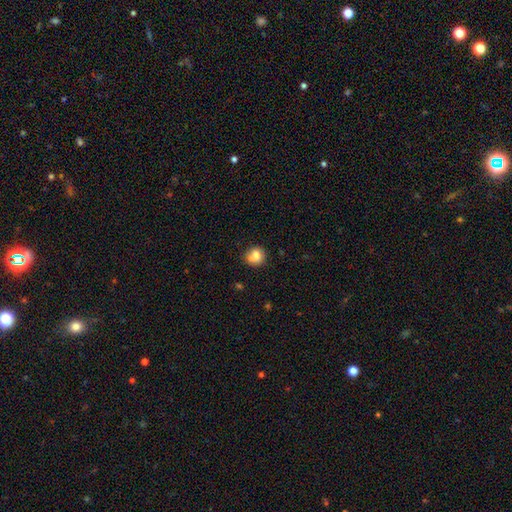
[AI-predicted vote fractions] This is likely a smooth galaxy (76%). How rounded: likely round (79%). Merging: possibly none (52%).